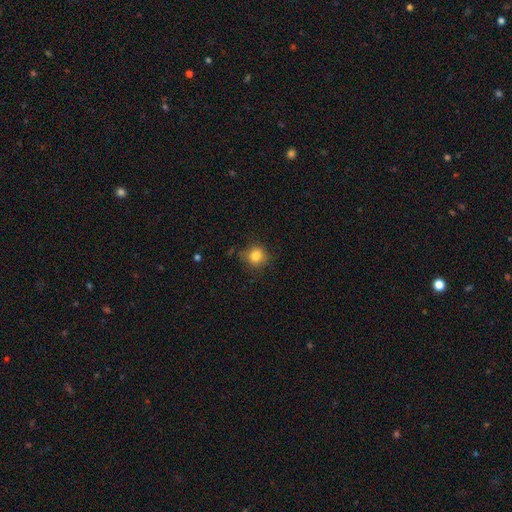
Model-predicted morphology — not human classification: This appears to be a smooth galaxy with no disk features (82%) that is round (85%). Merging: none (80%).